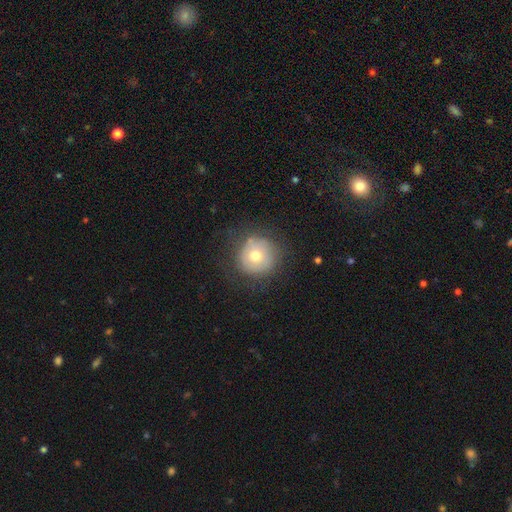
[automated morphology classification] A smooth galaxy with no disk features (64%) that is round (93%).

Vote fractions:
- Smooth or featured? smooth: 64% / featured or disk: 26% / star or artifact: 10%
- How rounded? round: 93% / in between: 6% / cigar-shaped: 1%
- Merging? none: 74% / minor disturbance: 16% / major disturbance: 8% / merger: 2%